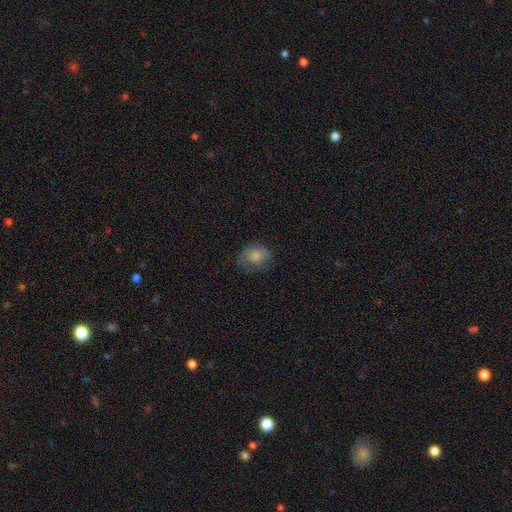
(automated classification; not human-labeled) A smooth galaxy with no disk features (76%) that is round (59%). Merging: none (58%).